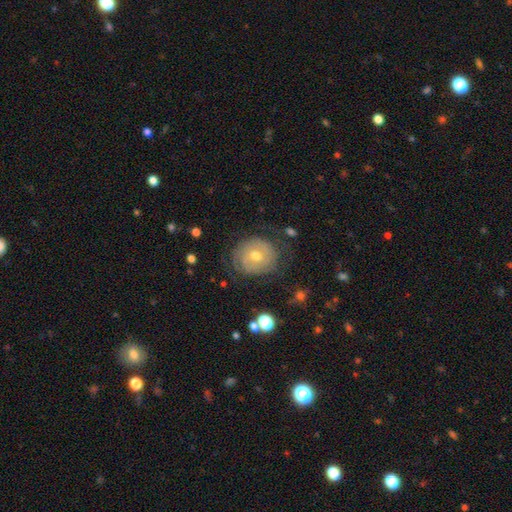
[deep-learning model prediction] The model was most divided on "bulge size": moderate: 60%, small: 36%, large: 2%, none: 1%, dominant: 1%. More confident: edge-on disk — no (97%); spiral arms — yes (76%); merging — none (69%); bar — no (65%); smooth or featured — featured or disk (61%).